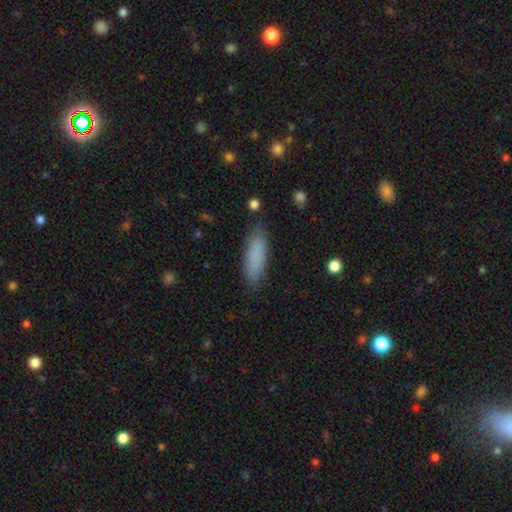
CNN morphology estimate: Overall: smooth (86%). How rounded: in between (50%; cigar-shaped 48%). Merging: none (84%).